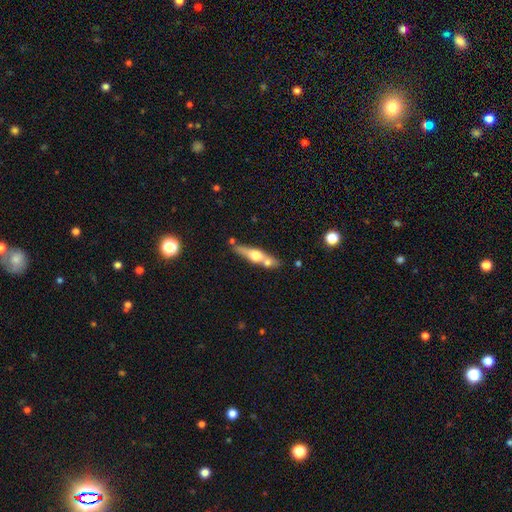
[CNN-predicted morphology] The model was most divided on "smooth or featured": featured or disk: 58%, smooth: 36%, star or artifact: 6%. More confident: edge-on bulge — rounded (94%); edge-on disk — yes (90%); merging — none (63%).